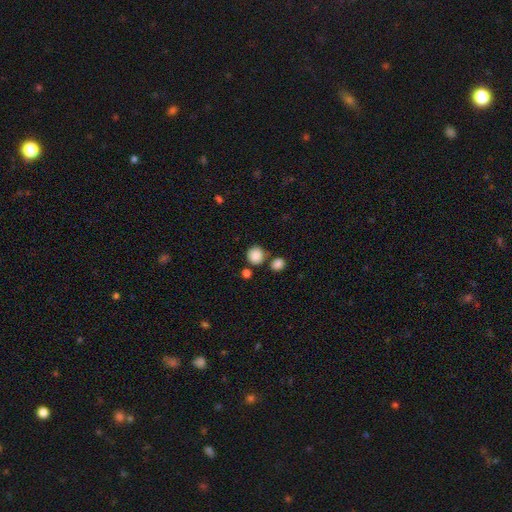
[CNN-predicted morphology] A smooth galaxy with no disk features (87%) that is round (87%).

Vote fractions:
- Smooth or featured? smooth: 87% / star or artifact: 9% / featured or disk: 4%
- How rounded? round: 87% / in between: 12% / cigar-shaped: 1%
- Merging? none: 70% / merger: 15% / minor disturbance: 11% / major disturbance: 4%